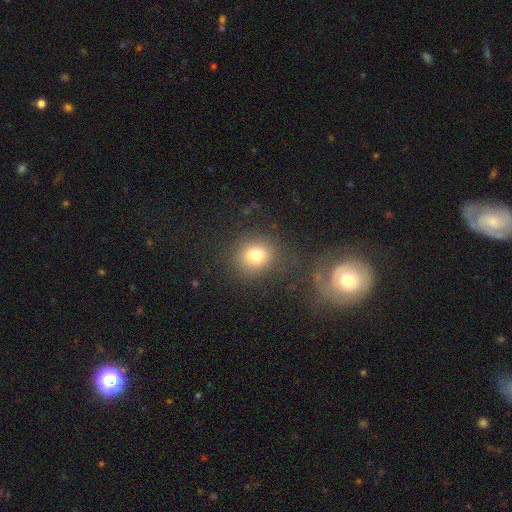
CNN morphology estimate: The model was most divided on "how rounded": round: 74%, in between: 25%, cigar-shaped: 1%. More confident: smooth or featured — smooth (76%); merging — none (71%).